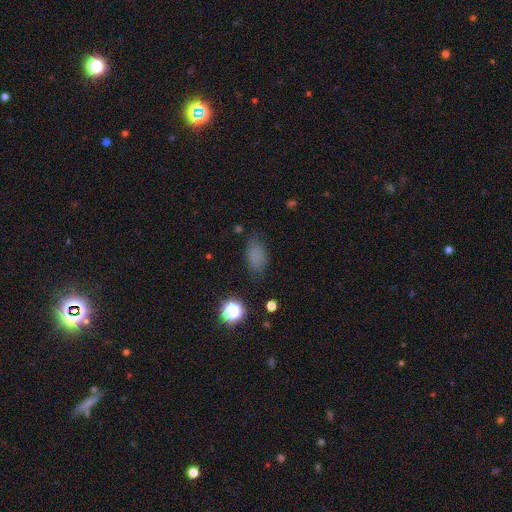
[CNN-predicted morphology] Smooth or featured? smooth (75%)
How rounded? in between (86%)
Merging? none (71%)